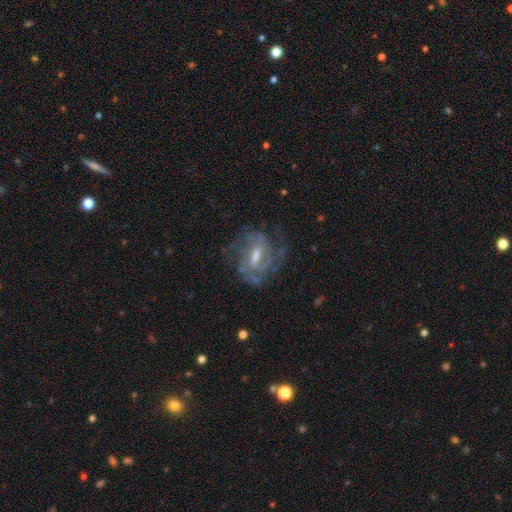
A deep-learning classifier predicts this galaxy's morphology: Q: Smooth or featured?
A: featured or disk (83%); runner-up: smooth (10%)
Q: Edge-on disk?
A: no (95%); runner-up: yes (5%)
Q: Bar?
A: weak (52%); runner-up: strong (31%)
Q: Spiral arms?
A: yes (92%); runner-up: no (8%)
Q: Spiral winding?
A: medium (44%); runner-up: tight (42%)
Q: Spiral arm count?
A: 2 (36%); runner-up: can't tell (28%)
Q: Bulge size?
A: moderate (54%); runner-up: small (30%)
Q: Merging?
A: none (63%); runner-up: minor disturbance (19%)